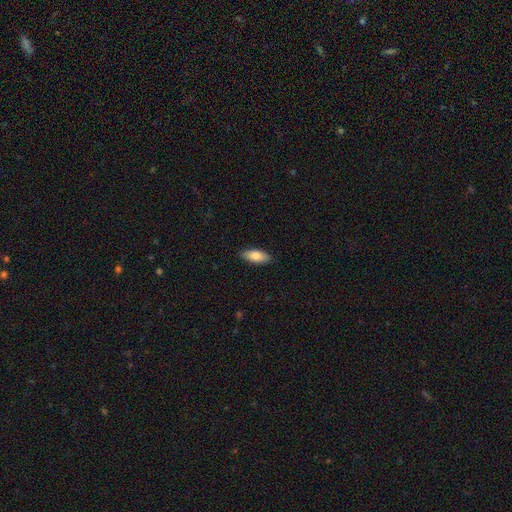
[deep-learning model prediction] smooth 81%, featured or disk 13%, star or artifact 6%. Down the decision tree: how rounded — in between (83%); merging — none (88%).